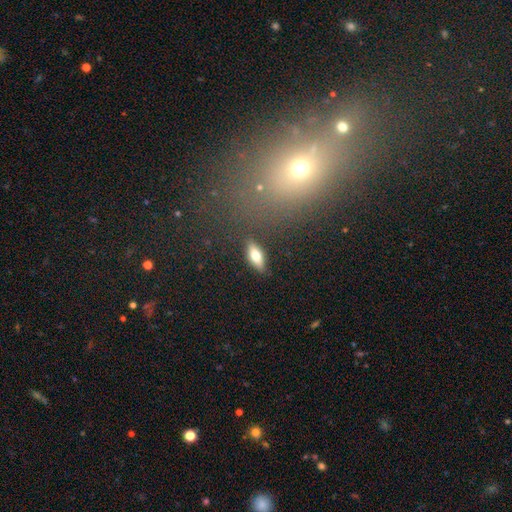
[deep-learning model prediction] Smooth or featured: smooth — 69% (featured or disk — 24%)
How rounded: in between — 74% (cigar-shaped — 22%)
Merging: none — 86% (minor disturbance — 10%)